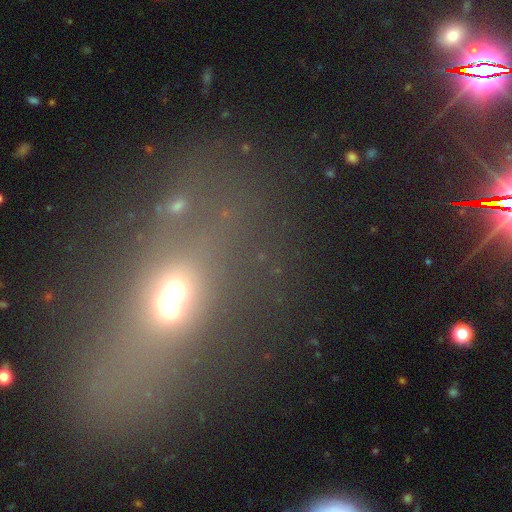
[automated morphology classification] Q: Smooth or featured?
A: star or artifact (43%); runner-up: smooth (33%)